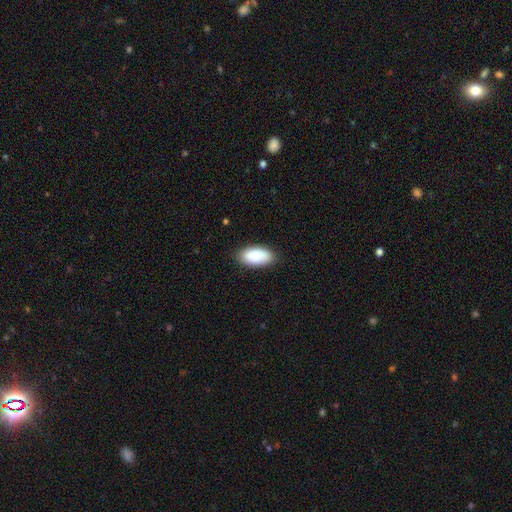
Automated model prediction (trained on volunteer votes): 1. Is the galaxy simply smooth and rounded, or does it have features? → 89% smooth, 6% star or artifact, 5% featured or disk.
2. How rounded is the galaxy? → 94% in between, 4% cigar-shaped, 2% round.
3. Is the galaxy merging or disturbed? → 86% none, 11% minor disturbance, 2% major disturbance, 1% merger.